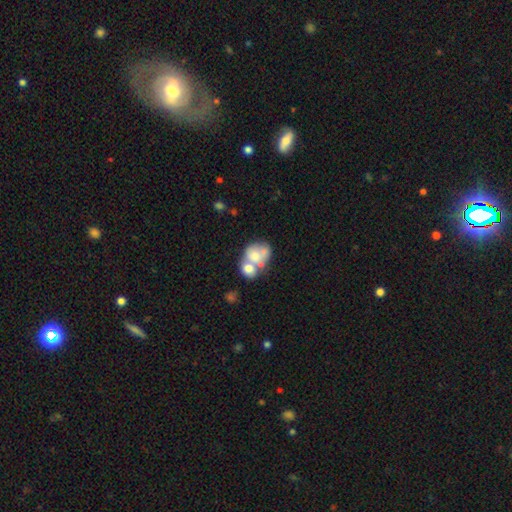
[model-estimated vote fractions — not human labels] The model was most divided on "how rounded": in between: 52%, round: 47%, cigar-shaped: 1%. More confident: merging — merger (64%); smooth or featured — smooth (58%).